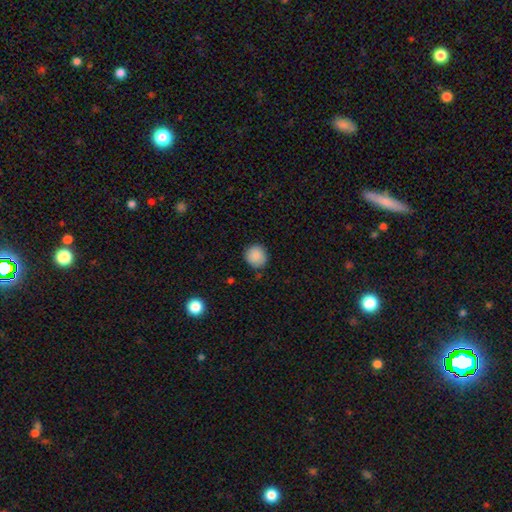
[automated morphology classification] smooth 88%, star or artifact 8%, featured or disk 3%. Down the decision tree: how rounded — round (91%); merging — none (86%).